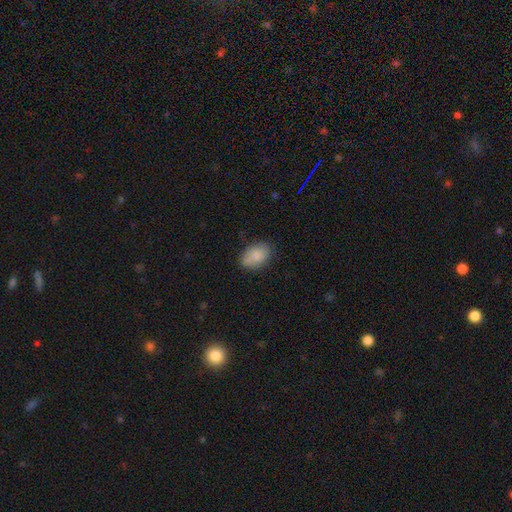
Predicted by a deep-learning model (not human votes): smooth 84%, featured or disk 9%, star or artifact 7%. Down the decision tree: how rounded — in between (87%); merging — none (78%).